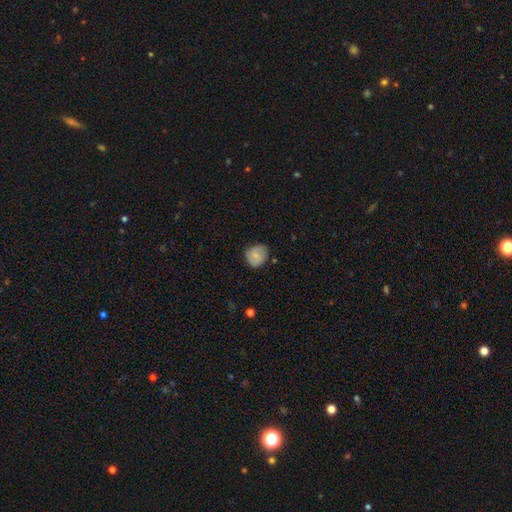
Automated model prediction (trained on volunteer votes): A smooth galaxy with no disk features (73%) that is round (65%). Merging: none (62%).